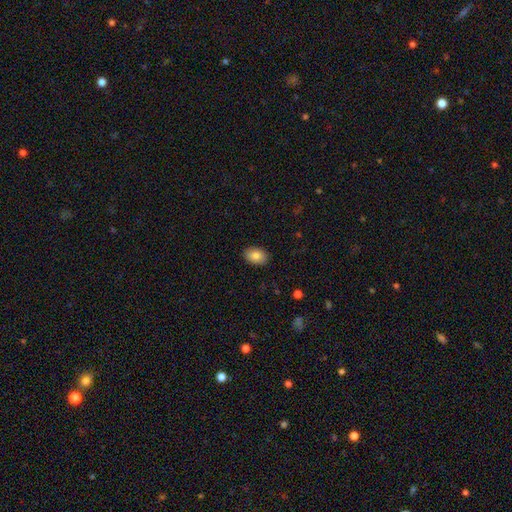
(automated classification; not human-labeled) smooth-or-featured: smooth: 86% | star or artifact: 7% | featured or disk: 7%
  how-rounded: in between: 85% | round: 14% | cigar-shaped: 1%
  merging: none: 89% | minor disturbance: 8% | major disturbance: 2% | merger: 1%